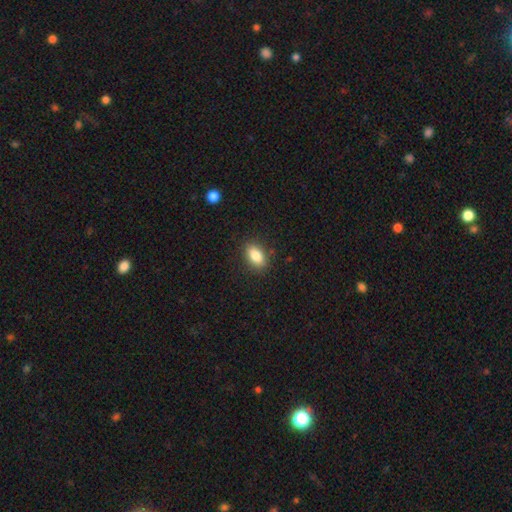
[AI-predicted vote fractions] smooth 85%, star or artifact 8%, featured or disk 7%. Down the decision tree: how rounded — in between (88%); merging — none (86%).